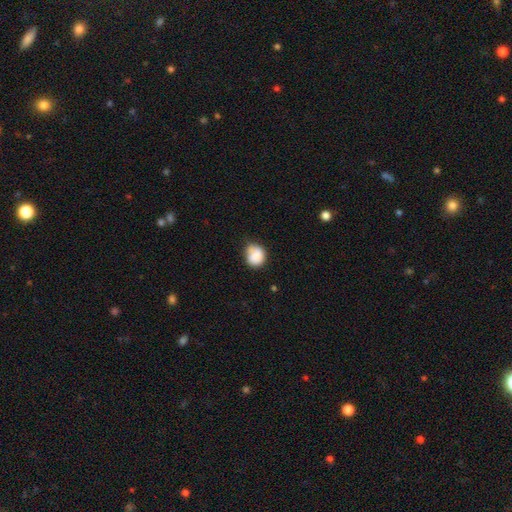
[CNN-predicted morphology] The model was most divided on "merging": none: 50%, minor disturbance: 34%, merger: 9%, major disturbance: 8%. More confident: smooth or featured — smooth (83%); how rounded — round (69%).